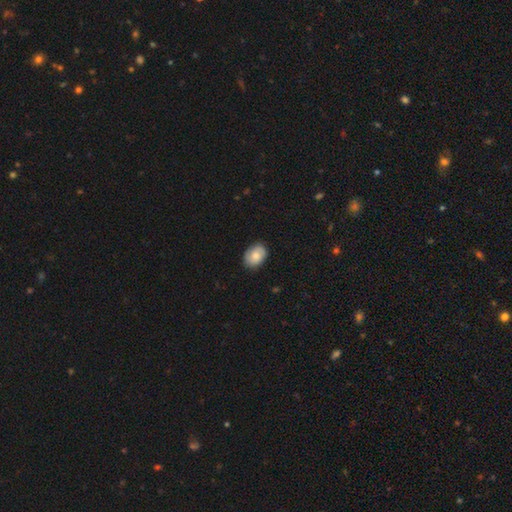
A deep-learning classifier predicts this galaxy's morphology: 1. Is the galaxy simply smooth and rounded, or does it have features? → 74% smooth, 19% featured or disk, 7% star or artifact.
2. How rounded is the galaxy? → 74% in between, 25% round, 1% cigar-shaped.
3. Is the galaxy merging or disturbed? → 84% none, 13% minor disturbance, 2% major disturbance, 1% merger.